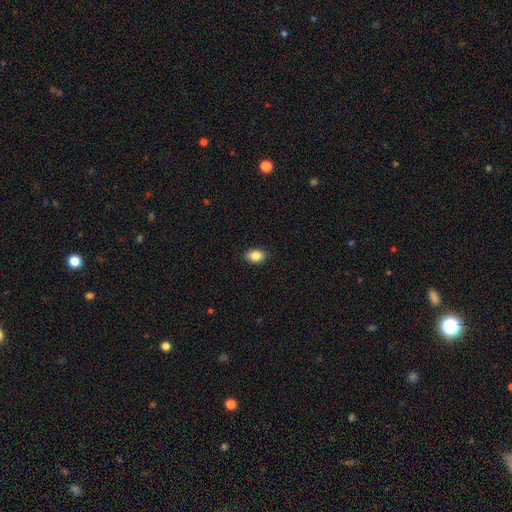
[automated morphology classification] Smooth or featured? smooth (85%)
How rounded? in between (83%)
Merging? none (88%)